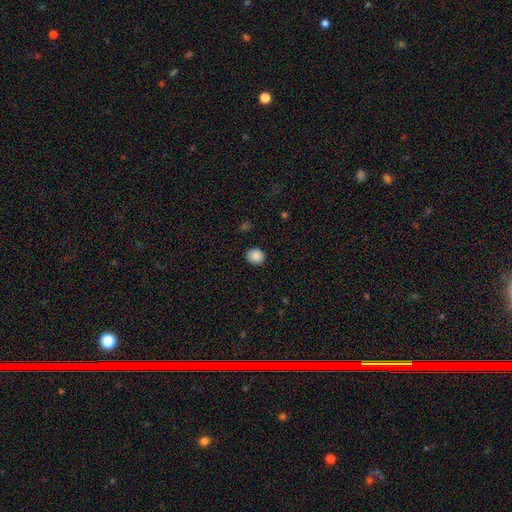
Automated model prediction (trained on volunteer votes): The model was most divided on "how rounded": round: 83%, in between: 16%, cigar-shaped: 1%. More confident: merging — none (90%); smooth or featured — smooth (88%).